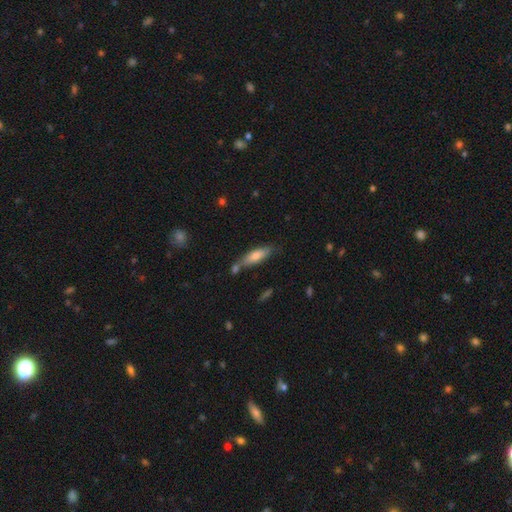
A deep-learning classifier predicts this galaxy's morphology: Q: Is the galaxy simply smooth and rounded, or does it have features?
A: smooth — 63%.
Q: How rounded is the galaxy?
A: cigar-shaped — 64%.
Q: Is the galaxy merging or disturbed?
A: none — 68%.